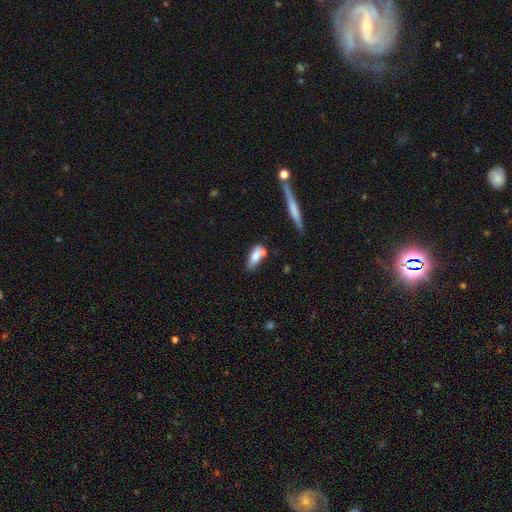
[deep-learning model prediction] This is likely a smooth galaxy (75%). How rounded: likely in between (73%). Merging: marginally none (45%).